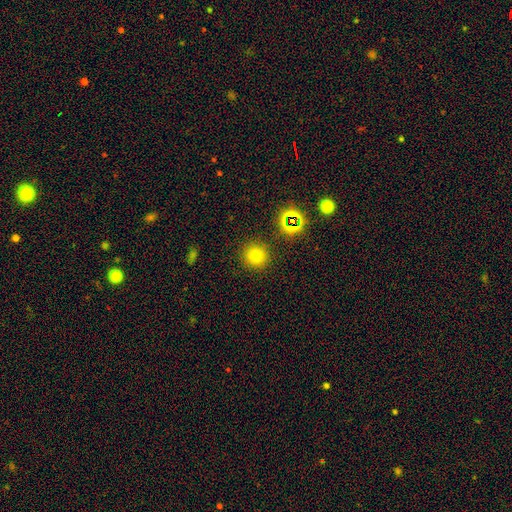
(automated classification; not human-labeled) Smooth or featured? Predicted: smooth (p=0.73). How rounded? Predicted: round (p=0.94). Merging? Predicted: none (p=0.89).